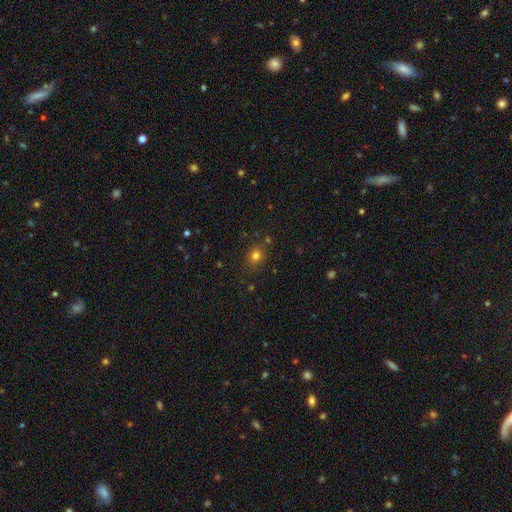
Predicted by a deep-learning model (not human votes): smooth_or_featured: smooth (p=0.76) [alt: star or artifact p=0.18]
how_rounded: round (p=0.74) [alt: in between p=0.25]
merging: none (p=0.82) [alt: minor disturbance p=0.11]